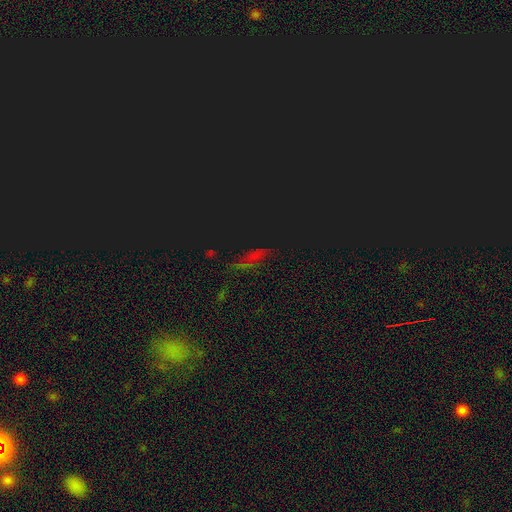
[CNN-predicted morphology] smooth-or-featured: star or artifact: 70% | smooth: 21% | featured or disk: 10%